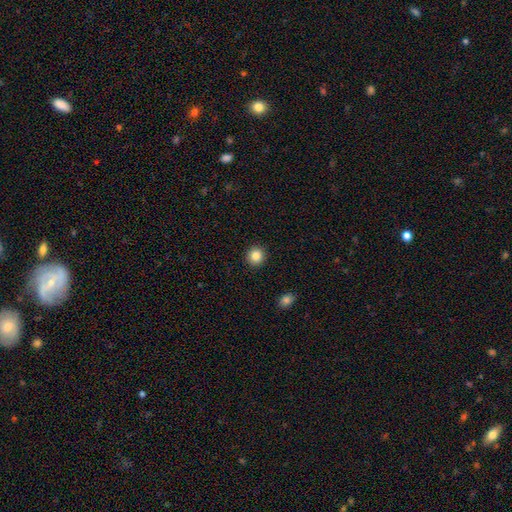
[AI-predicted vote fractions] Q: Smooth or featured?
A: smooth (86%); runner-up: star or artifact (10%)
Q: How rounded?
A: round (91%); runner-up: in between (8%)
Q: Merging?
A: none (92%); runner-up: minor disturbance (5%)